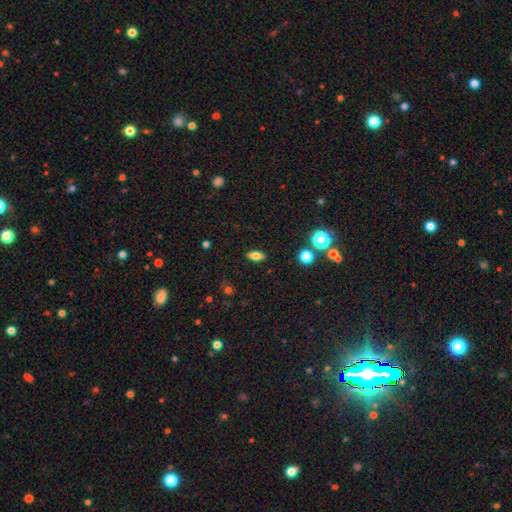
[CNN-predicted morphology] Smooth or featured? smooth (75%)
How rounded? in between (81%)
Merging? none (88%)